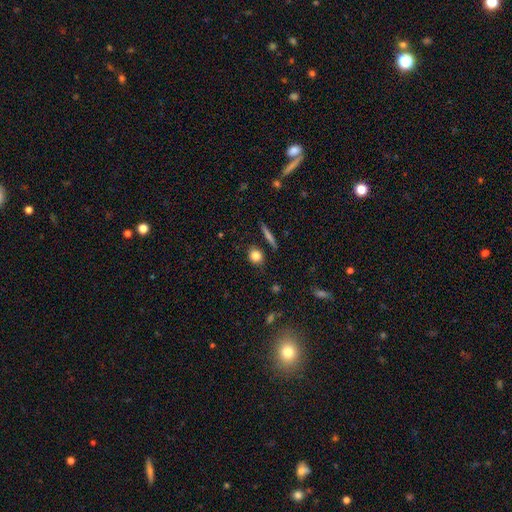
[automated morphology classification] type=smooth (82%); roundness=round (68%); merging=none (83%).